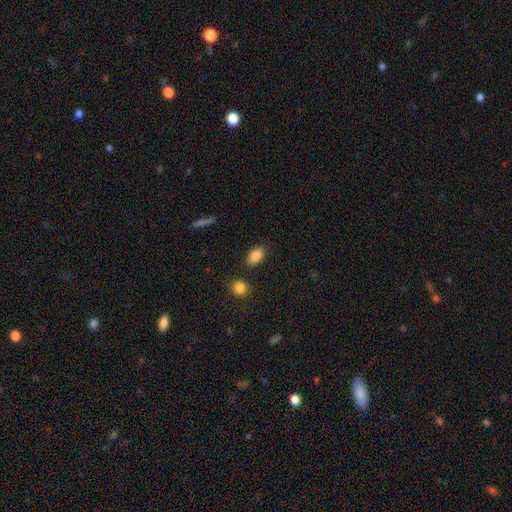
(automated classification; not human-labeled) smooth 87%, star or artifact 8%, featured or disk 5%. Down the decision tree: how rounded — in between (90%); merging — none (85%).